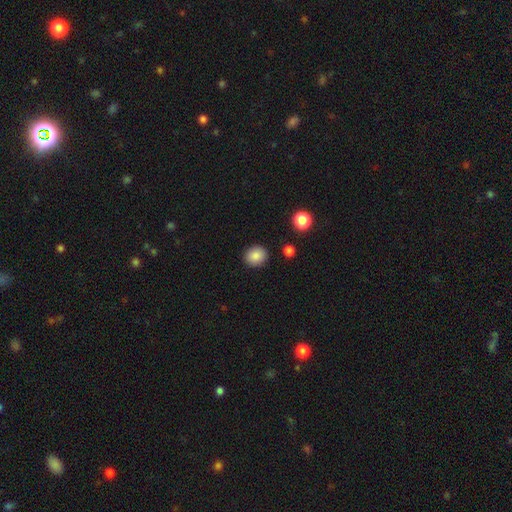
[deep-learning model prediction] Overall: smooth (86%). How rounded: round (75%). Merging: none (89%).